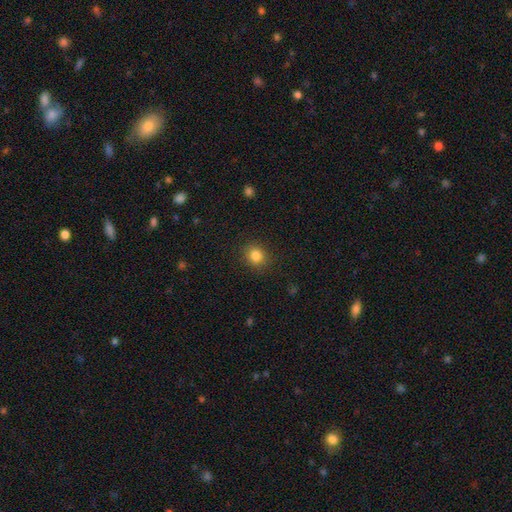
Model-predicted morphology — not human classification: Smooth or featured?
  - smooth: 83% *
  - star or artifact: 11%
  - featured or disk: 5%
How rounded?
  - round: 81% *
  - in between: 18%
  - cigar-shaped: 1%
Merging?
  - none: 89% *
  - minor disturbance: 7%
  - major disturbance: 3%
  - merger: 1%